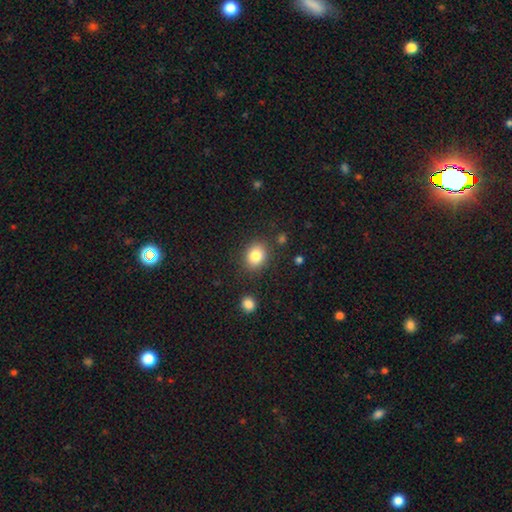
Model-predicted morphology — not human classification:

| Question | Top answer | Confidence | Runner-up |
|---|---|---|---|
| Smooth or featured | smooth | 84% | star or artifact (10%) |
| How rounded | round | 57% | in between (42%) |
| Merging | none | 84% | minor disturbance (10%) |